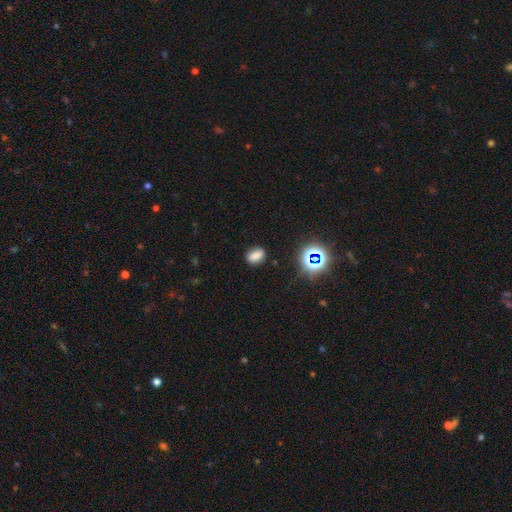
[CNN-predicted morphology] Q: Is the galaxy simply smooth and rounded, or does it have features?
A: smooth — 72%.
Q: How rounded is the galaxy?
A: in between — 74%.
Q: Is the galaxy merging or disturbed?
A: none — 84%.